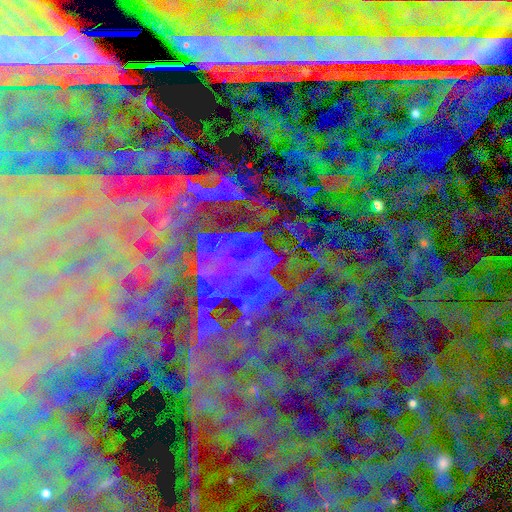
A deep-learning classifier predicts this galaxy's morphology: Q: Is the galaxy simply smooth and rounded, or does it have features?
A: star or artifact — 86%.